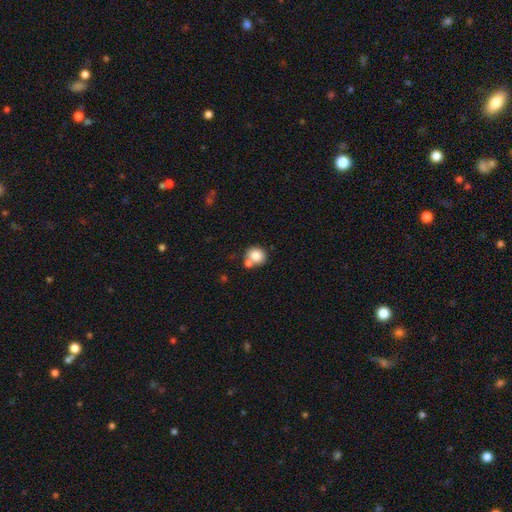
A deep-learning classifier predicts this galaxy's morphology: Smooth or featured? Predicted: smooth (p=0.83). How rounded? Predicted: round (p=0.81). Merging? Predicted: none (p=0.53).